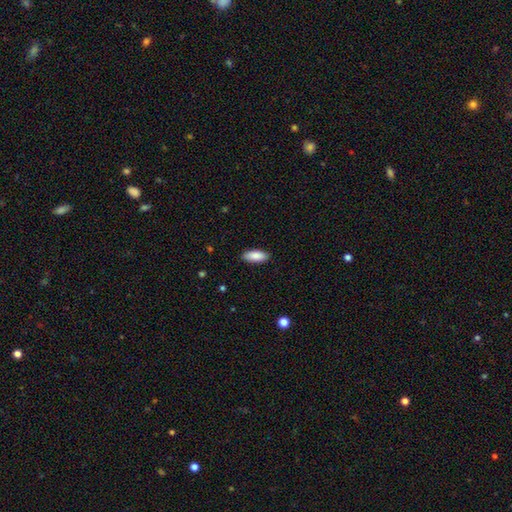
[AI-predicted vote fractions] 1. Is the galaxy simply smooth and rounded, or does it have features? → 88% smooth, 6% featured or disk, 6% star or artifact.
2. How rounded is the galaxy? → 82% in between, 16% cigar-shaped, 2% round.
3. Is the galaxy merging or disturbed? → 89% none, 8% minor disturbance, 2% major disturbance, 1% merger.